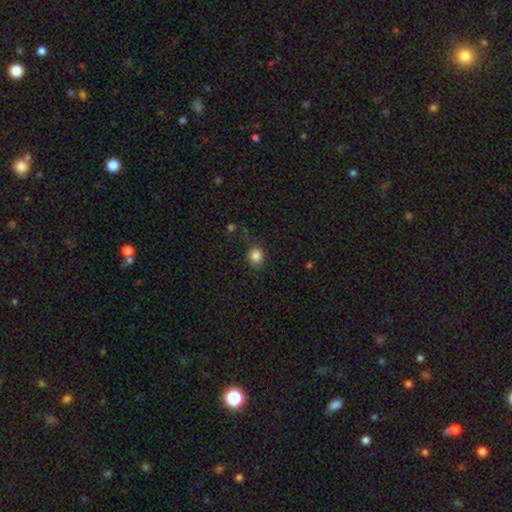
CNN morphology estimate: A smooth galaxy with no disk features (85%) that is round (80%).

Vote fractions:
- Smooth or featured? smooth: 85% / star or artifact: 11% / featured or disk: 4%
- How rounded? round: 80% / in between: 19% / cigar-shaped: 1%
- Merging? none: 78% / minor disturbance: 15% / major disturbance: 5% / merger: 2%